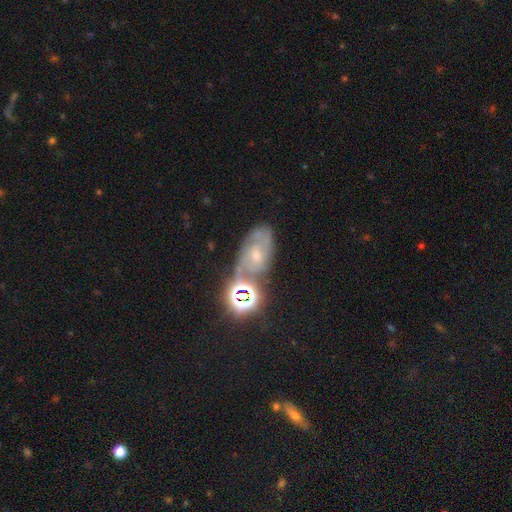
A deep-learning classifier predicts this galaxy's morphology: The model was most divided on "smooth or featured": featured or disk: 55%, star or artifact: 30%, smooth: 15%. More confident: edge-on disk — no (95%); spiral arms — yes (87%); bulge size — small (62%); bar — no (58%); merging — none (58%).